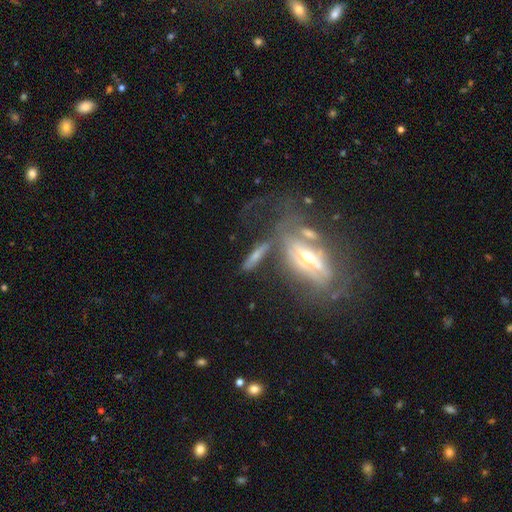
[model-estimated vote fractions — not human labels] featured or disk 46%, smooth 42%, star or artifact 12%. Down the decision tree: merging — none (45%).